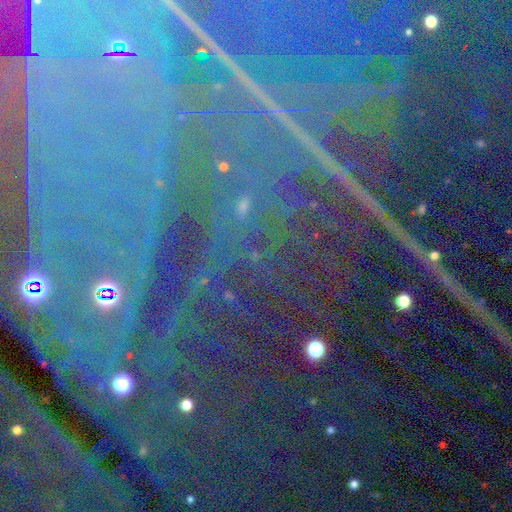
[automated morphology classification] This appears to be a star or artifact, not a galaxy (86%).